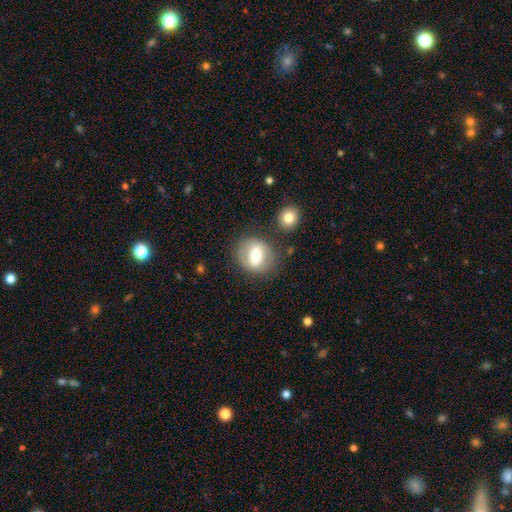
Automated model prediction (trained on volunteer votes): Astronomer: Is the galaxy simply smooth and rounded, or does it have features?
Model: smooth — 51% (runner-up: featured or disk, 41%).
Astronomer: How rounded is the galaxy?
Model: round — 65%.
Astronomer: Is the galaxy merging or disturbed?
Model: none — 75%.